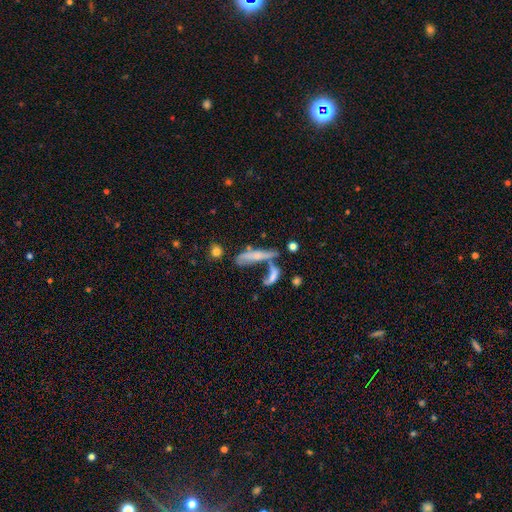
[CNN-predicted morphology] smooth-or-featured: smooth: 48% | featured or disk: 40% | star or artifact: 12%
  merging: merger: 43% | none: 27% | major disturbance: 16% | minor disturbance: 14%